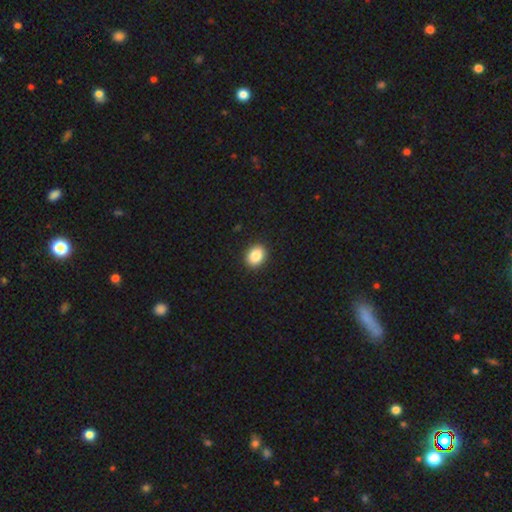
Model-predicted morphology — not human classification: Smooth or featured? Predicted: smooth (p=0.87). How rounded? Predicted: in between (p=0.57). Merging? Predicted: none (p=0.91).